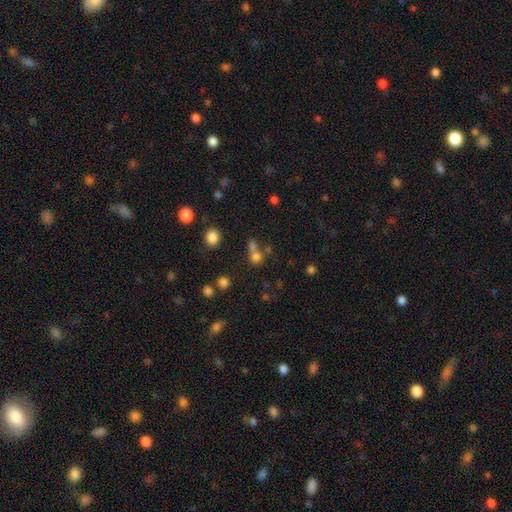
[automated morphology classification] Q: Smooth or featured?
A: smooth (71%); runner-up: star or artifact (19%)
Q: How rounded?
A: round (81%); runner-up: in between (18%)
Q: Merging?
A: merger (46%); runner-up: none (41%)